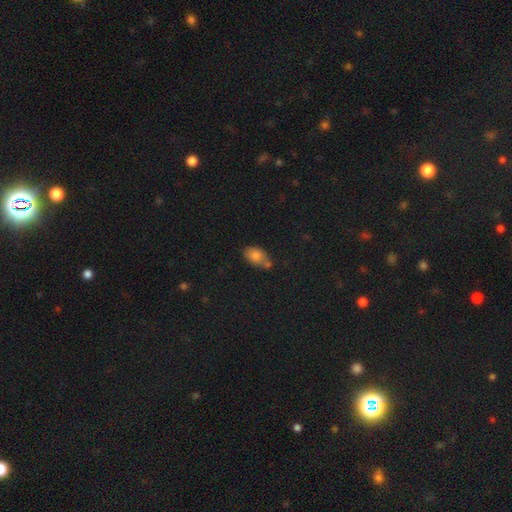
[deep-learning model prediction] This is likely a smooth galaxy (77%). How rounded: clearly in between (83%). Merging: possibly none (47%).